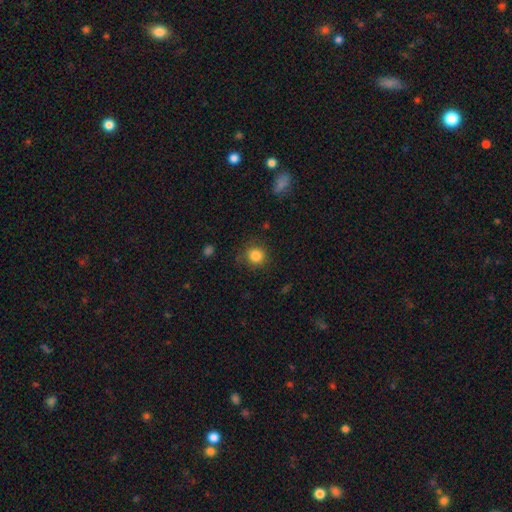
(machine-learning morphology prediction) smooth 84%, star or artifact 11%, featured or disk 5%. Down the decision tree: how rounded — round (90%); merging — none (83%).